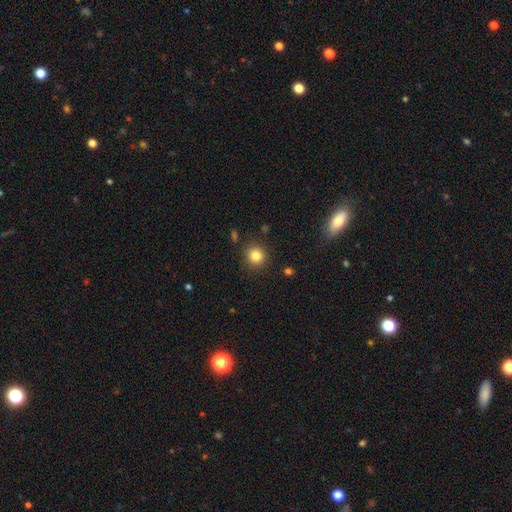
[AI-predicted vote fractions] Overall: smooth (83%). How rounded: round (89%). Merging: none (88%).